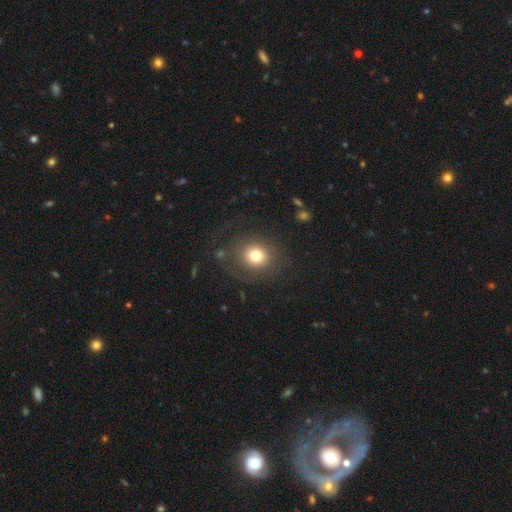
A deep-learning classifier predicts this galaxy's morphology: Smooth or featured? Predicted: smooth (p=0.73). How rounded? Predicted: round (p=0.76). Merging? Predicted: none (p=0.74).